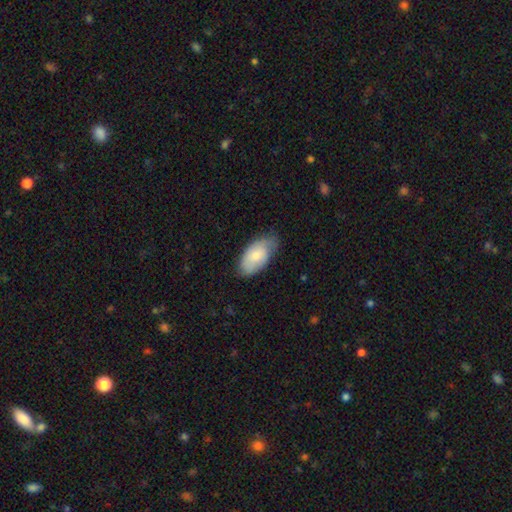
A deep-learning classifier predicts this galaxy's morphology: This is likely a smooth galaxy (71%). How rounded: clearly in between (94%). Merging: likely none (64%).